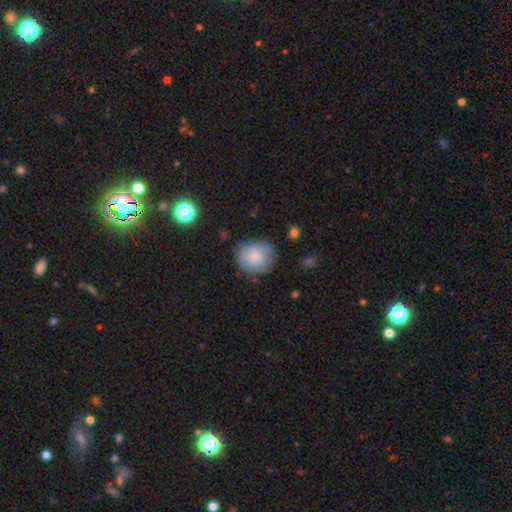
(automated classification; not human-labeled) Morphology: type=smooth (82%); roundness=round (74%); merging=none (74%).